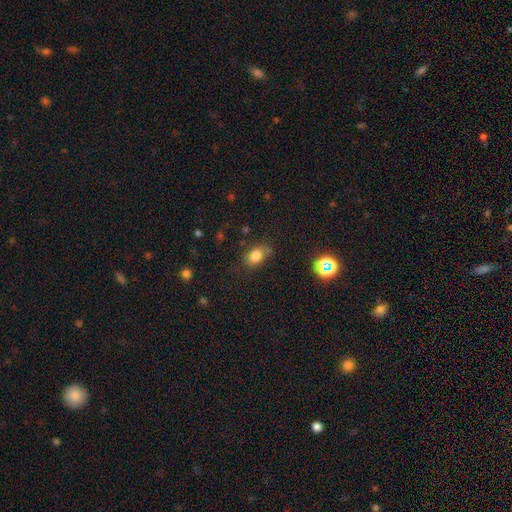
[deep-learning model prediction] The model was most divided on "how rounded": in between: 68%, round: 31%, cigar-shaped: 2%. More confident: smooth or featured — smooth (79%); merging — none (67%).